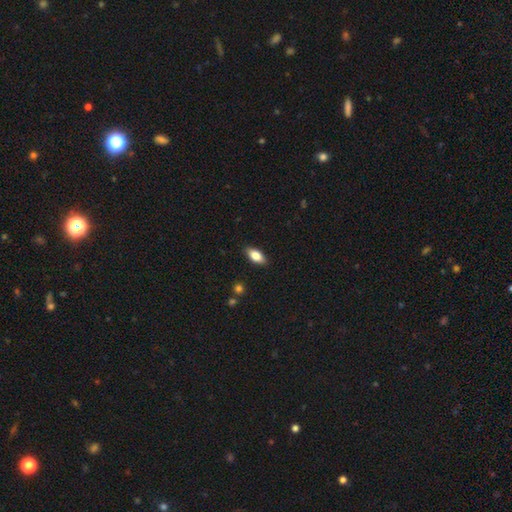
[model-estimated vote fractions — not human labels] Morphology: type=smooth (79%); roundness=in between (85%); merging=none (88%).